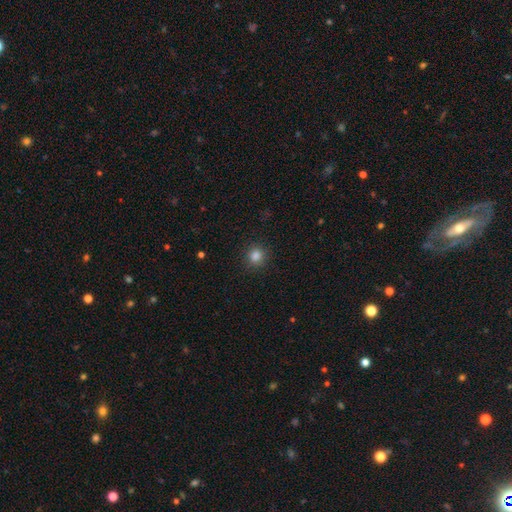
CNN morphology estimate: The model was most divided on "smooth or featured": smooth: 84%, star or artifact: 12%, featured or disk: 4%. More confident: merging — none (90%); how rounded — round (88%).